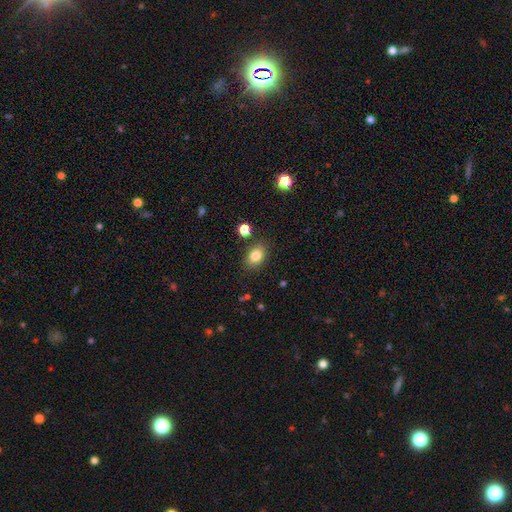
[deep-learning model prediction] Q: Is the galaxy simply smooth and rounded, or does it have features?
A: smooth — 83%.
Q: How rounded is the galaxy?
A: in between — 73%.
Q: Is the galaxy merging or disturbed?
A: none — 82%.